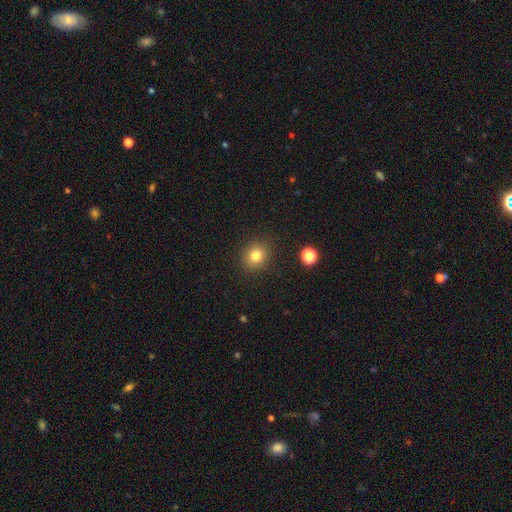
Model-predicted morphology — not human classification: Smooth or featured?
  - smooth: 81% *
  - star or artifact: 13%
  - featured or disk: 7%
How rounded?
  - round: 78% *
  - in between: 21%
  - cigar-shaped: 1%
Merging?
  - none: 89% *
  - minor disturbance: 7%
  - major disturbance: 3%
  - merger: 2%